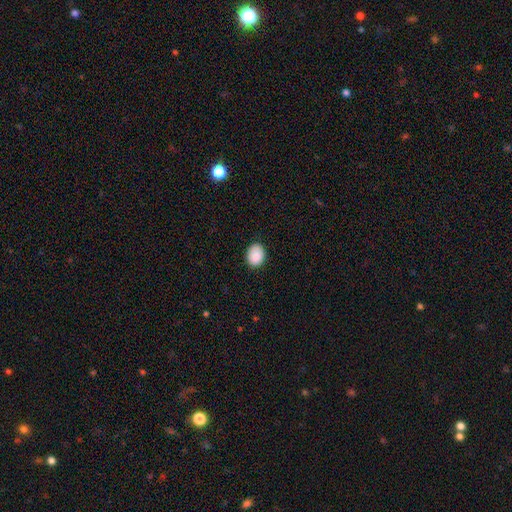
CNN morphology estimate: Smooth or featured: smooth — 88% (star or artifact — 7%)
How rounded: in between — 55% (round — 44%)
Merging: none — 84% (minor disturbance — 13%)